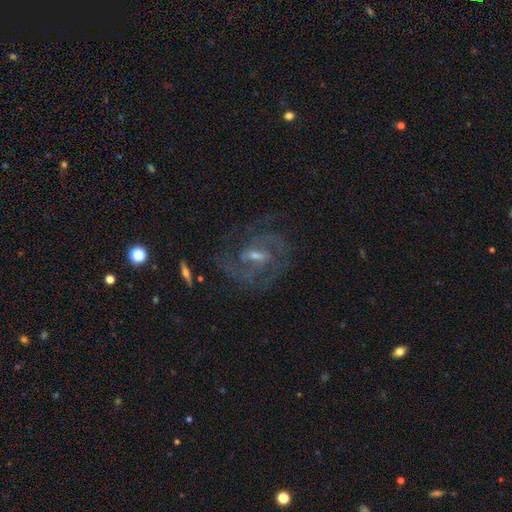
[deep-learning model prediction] Smooth or featured? featured or disk (84%)
Edge-on disk? no (96%)
Bar? weak (54%)
Spiral arms? yes (92%)
Spiral winding? medium (47%)
Spiral arm count? 2 (51%)
Bulge size? small (53%)
Merging? none (70%)